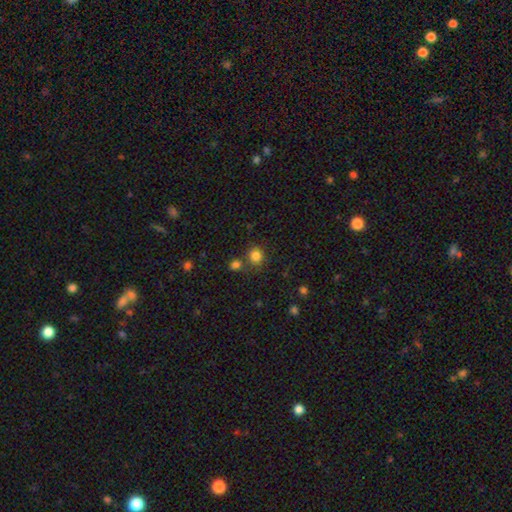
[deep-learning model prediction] smooth_or_featured: smooth (p=0.82) [alt: star or artifact p=0.13]
how_rounded: round (p=0.85) [alt: in between p=0.14]
merging: none (p=0.72) [alt: merger p=0.14]